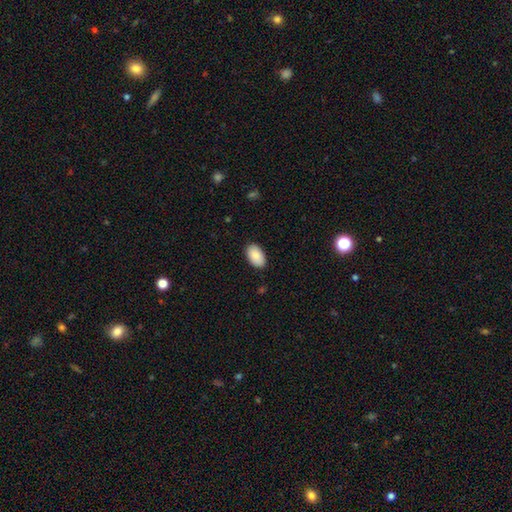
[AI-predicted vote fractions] Overall: smooth (87%). How rounded: in between (94%). Merging: none (87%).